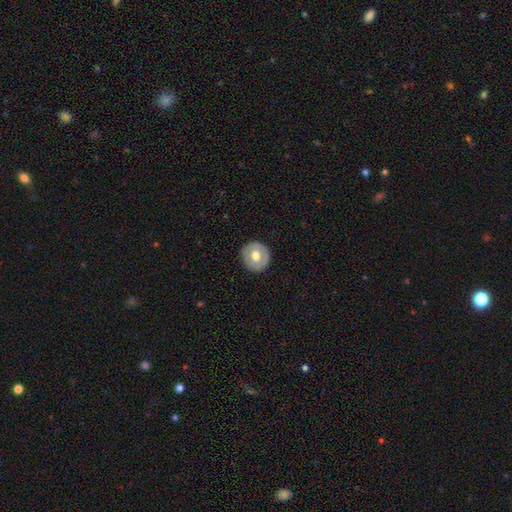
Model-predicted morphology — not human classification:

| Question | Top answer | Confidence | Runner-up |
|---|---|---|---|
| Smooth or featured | smooth | 60% | featured or disk (34%) |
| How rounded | round | 92% | in between (7%) |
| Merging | none | 90% | minor disturbance (8%) |